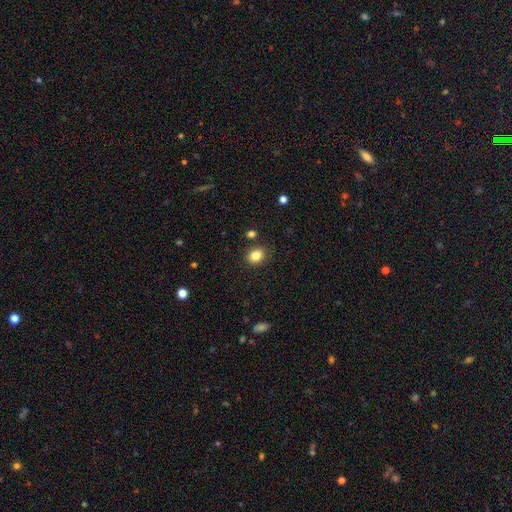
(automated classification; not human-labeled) Overall: smooth (84%). How rounded: round (55%; in between 45%). Merging: none (85%).